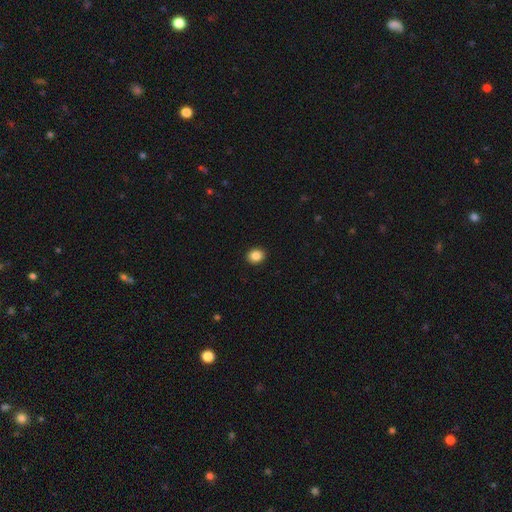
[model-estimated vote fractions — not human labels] Smooth or featured? Predicted: smooth (p=0.87). How rounded? Predicted: round (p=0.65). Merging? Predicted: none (p=0.92).